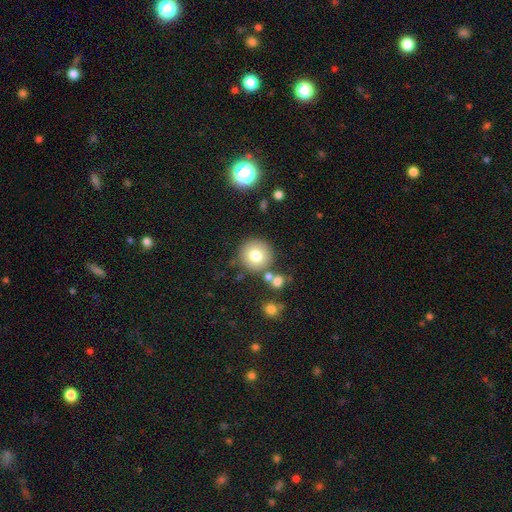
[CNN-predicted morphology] This appears to be a smooth galaxy with no disk features (76%) that is round (95%). Merging: none (80%).